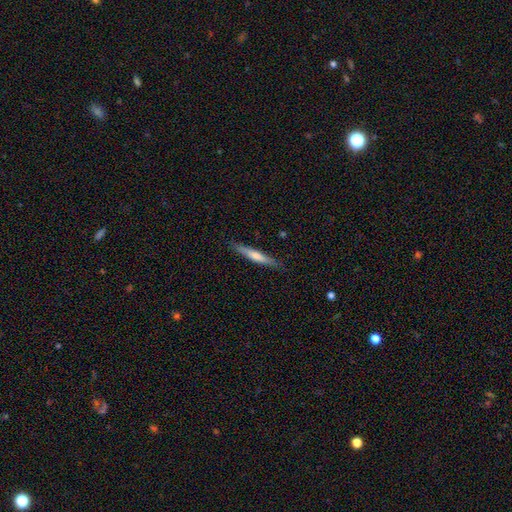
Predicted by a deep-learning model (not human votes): Smooth or featured: featured or disk — 48% (smooth — 46%)
Merging: none — 88% (minor disturbance — 9%)